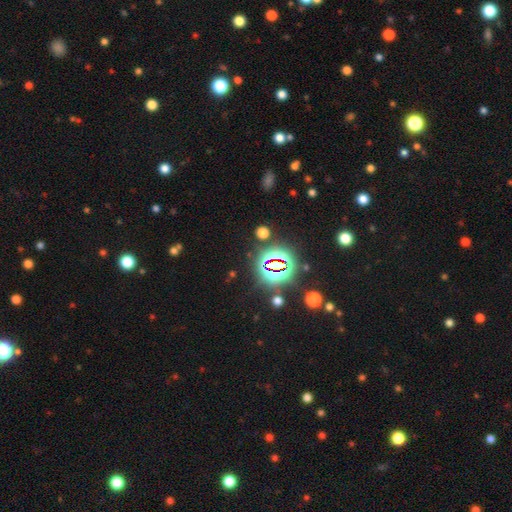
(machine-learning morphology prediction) Smooth or featured? Predicted: star or artifact (p=0.79).